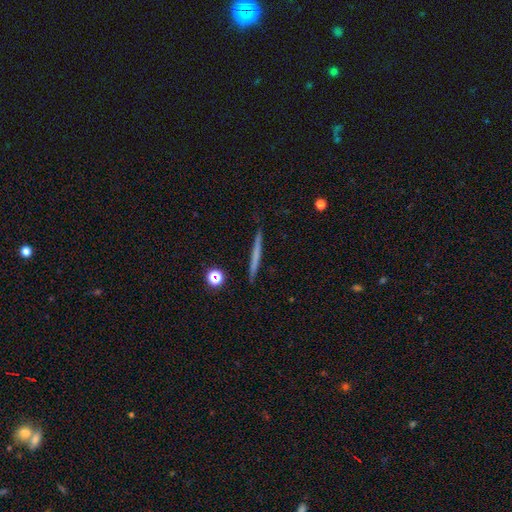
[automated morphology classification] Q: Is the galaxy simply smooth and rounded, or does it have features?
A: smooth — 52%.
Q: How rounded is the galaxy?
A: cigar-shaped — 96%.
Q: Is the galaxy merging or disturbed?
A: none — 90%.